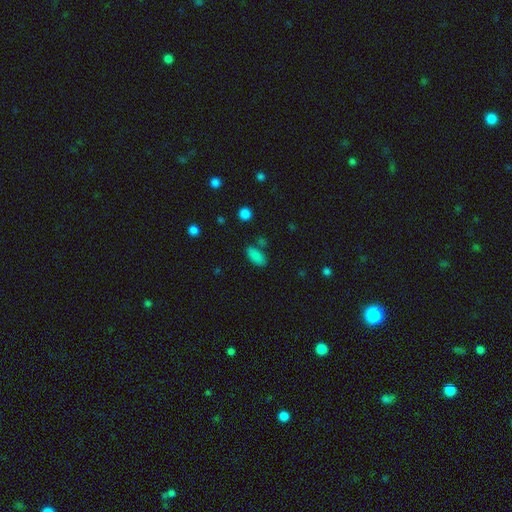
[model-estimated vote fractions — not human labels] Smooth or featured: smooth — 85% (star or artifact — 11%)
How rounded: in between — 89% (cigar-shaped — 7%)
Merging: none — 75% (minor disturbance — 14%)